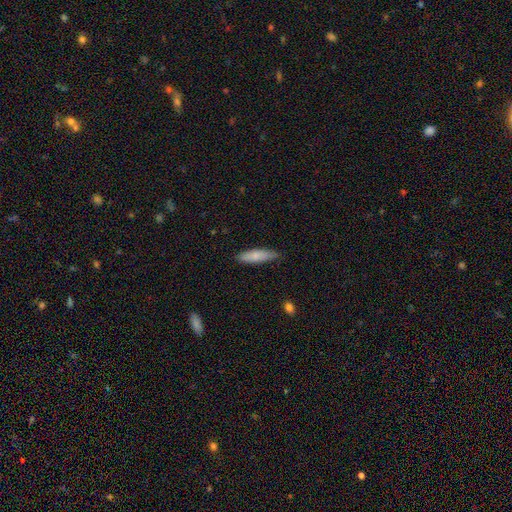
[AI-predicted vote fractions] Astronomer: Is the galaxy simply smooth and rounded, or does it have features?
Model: smooth — 77%.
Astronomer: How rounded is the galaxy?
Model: cigar-shaped — 69%.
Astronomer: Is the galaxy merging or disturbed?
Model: none — 82%.